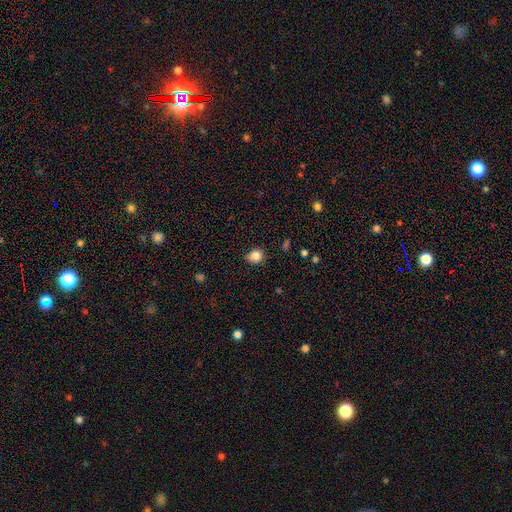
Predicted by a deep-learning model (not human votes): Smooth or featured: smooth — 84% (star or artifact — 11%)
How rounded: round — 70% (in between — 29%)
Merging: none — 78% (minor disturbance — 18%)